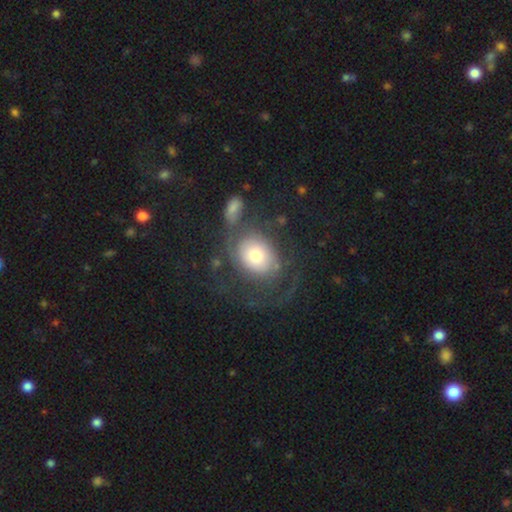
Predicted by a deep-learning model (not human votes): Overall: featured or disk (46%; smooth 45%). Merging: none (41%; major disturbance 28%).